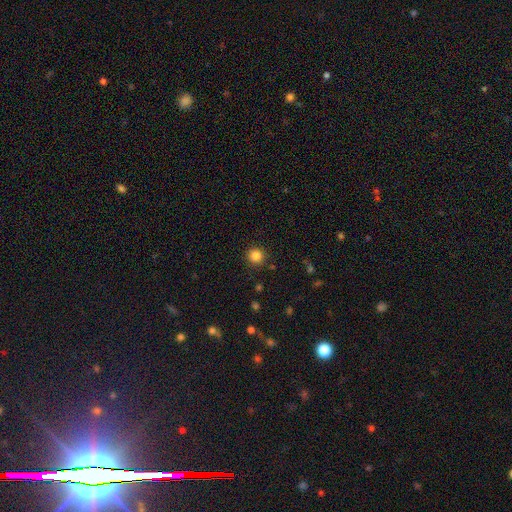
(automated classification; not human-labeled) Q: Smooth or featured?
A: smooth (84%); runner-up: star or artifact (12%)
Q: How rounded?
A: round (94%); runner-up: in between (5%)
Q: Merging?
A: none (90%); runner-up: minor disturbance (6%)